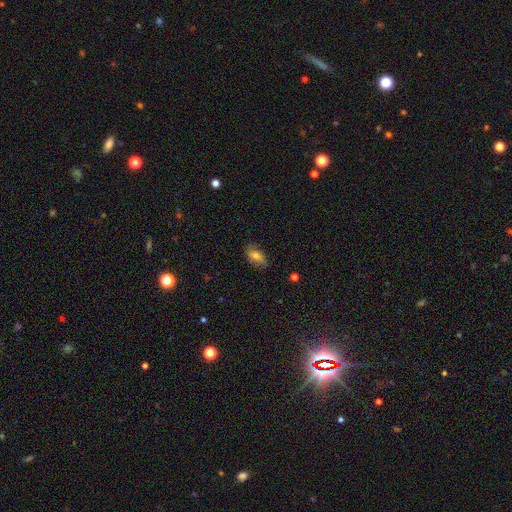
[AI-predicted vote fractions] This appears to be a smooth galaxy with no disk features (62%) that is in between round and cigar-shaped (88%). Merging: none (76%).